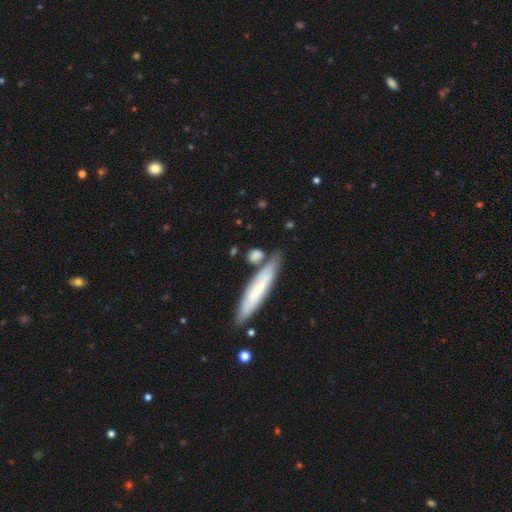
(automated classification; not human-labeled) Smooth or featured?
  - smooth: 74% *
  - featured or disk: 20%
  - star or artifact: 6%
How rounded?
  - cigar-shaped: 52% *
  - in between: 31%
  - round: 17%
Merging?
  - none: 64% *
  - minor disturbance: 16%
  - merger: 15%
  - major disturbance: 5%